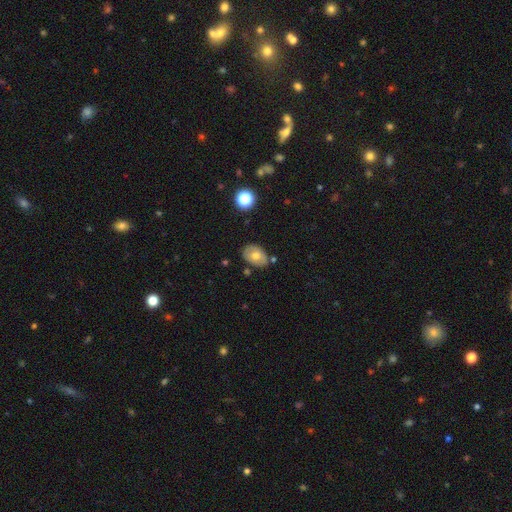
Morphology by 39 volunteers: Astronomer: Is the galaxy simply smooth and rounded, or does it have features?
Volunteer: smooth — 59% (runner-up: featured or disk, 36%).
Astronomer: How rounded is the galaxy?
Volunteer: in between — 83%.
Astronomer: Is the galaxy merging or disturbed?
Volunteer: none — 70%.